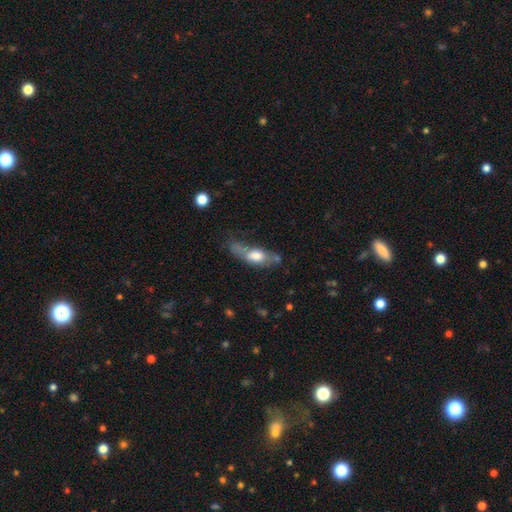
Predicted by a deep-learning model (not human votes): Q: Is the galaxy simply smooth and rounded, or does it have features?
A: smooth — 63%.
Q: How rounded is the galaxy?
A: in between — 69%.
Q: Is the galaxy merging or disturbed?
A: none — 34%.